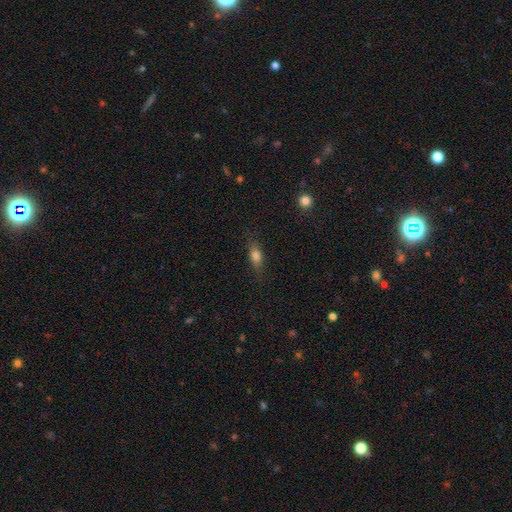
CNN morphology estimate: smooth_or_featured: smooth (p=0.75) [alt: featured or disk p=0.15]
how_rounded: in between (p=0.72) [alt: cigar-shaped p=0.20]
merging: none (p=0.79) [alt: minor disturbance p=0.15]